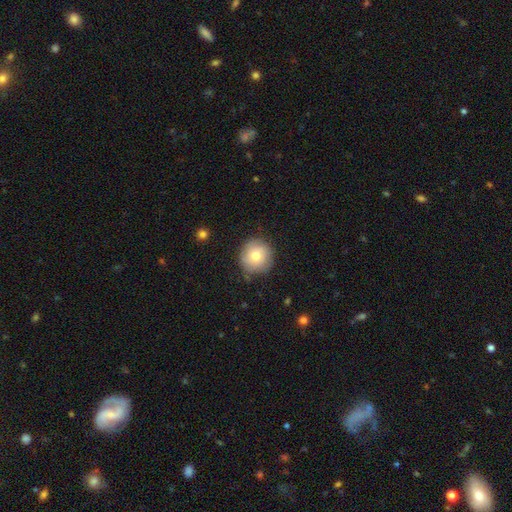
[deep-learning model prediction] Morphology: type=smooth (67%); roundness=round (94%); merging=none (81%).